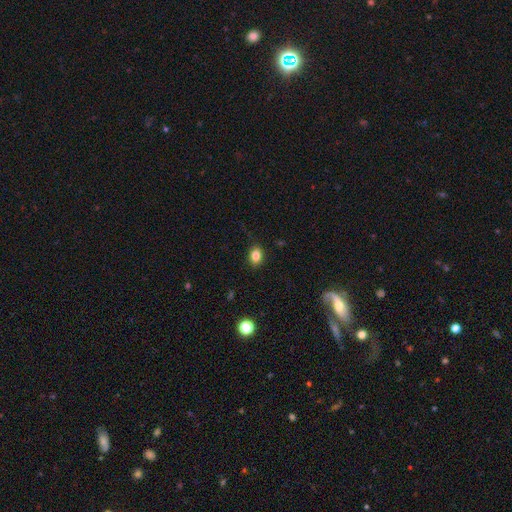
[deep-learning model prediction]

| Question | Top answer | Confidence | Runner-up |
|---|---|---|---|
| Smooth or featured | smooth | 83% | star or artifact (11%) |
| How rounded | in between | 62% | round (37%) |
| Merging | none | 85% | minor disturbance (12%) |